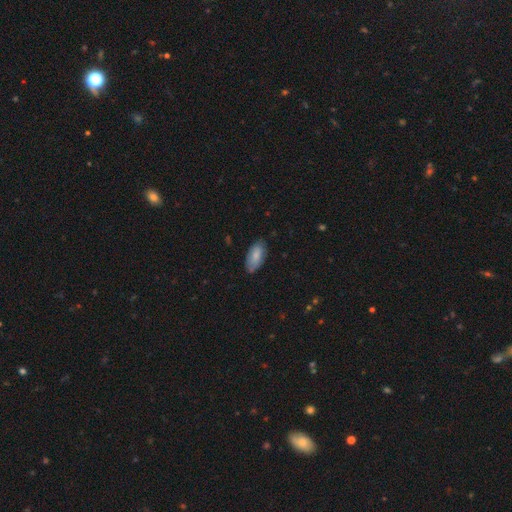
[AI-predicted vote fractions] Smooth or featured: smooth — 78% (featured or disk — 16%)
How rounded: in between — 92% (cigar-shaped — 6%)
Merging: none — 76% (minor disturbance — 19%)